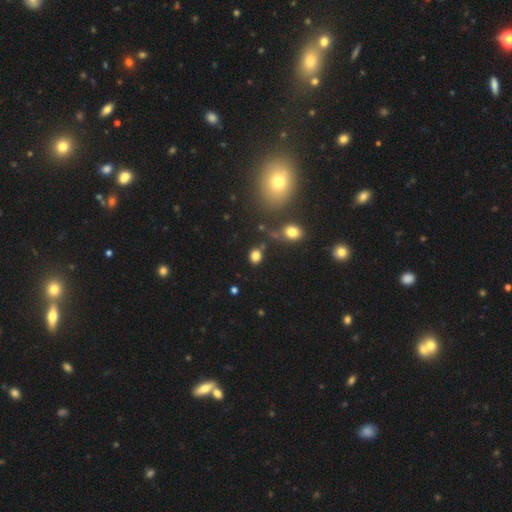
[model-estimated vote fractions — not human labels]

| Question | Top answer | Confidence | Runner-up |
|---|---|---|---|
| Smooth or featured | smooth | 80% | star or artifact (14%) |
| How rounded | round | 59% | in between (40%) |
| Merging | none | 77% | minor disturbance (12%) |